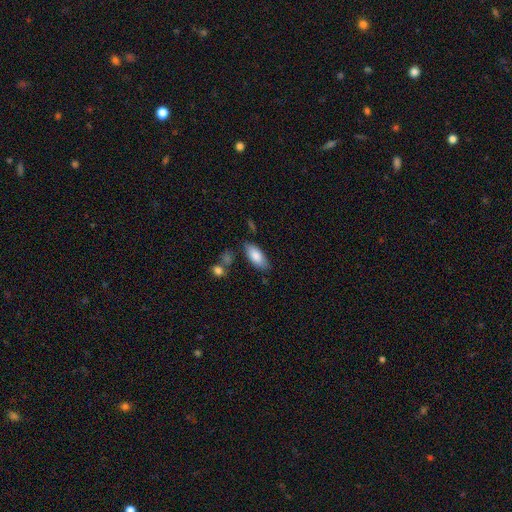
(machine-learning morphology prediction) A smooth galaxy with no disk features (84%) that is in between round and cigar-shaped (87%).

Vote fractions:
- Smooth or featured? smooth: 84% / featured or disk: 9% / star or artifact: 6%
- How rounded? in between: 87% / cigar-shaped: 11% / round: 2%
- Merging? none: 78% / minor disturbance: 15% / merger: 4% / major disturbance: 4%